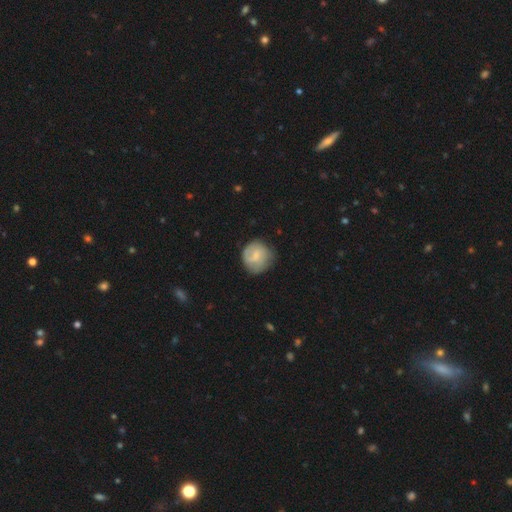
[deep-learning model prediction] Smooth or featured?
  - smooth: 65% *
  - featured or disk: 28%
  - star or artifact: 7%
How rounded?
  - round: 87% *
  - in between: 12%
  - cigar-shaped: 1%
Merging?
  - none: 66% *
  - minor disturbance: 23%
  - major disturbance: 9%
  - merger: 2%